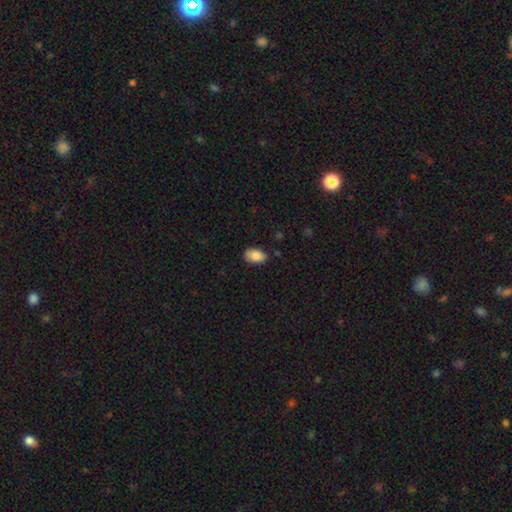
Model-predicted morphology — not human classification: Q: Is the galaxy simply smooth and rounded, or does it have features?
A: smooth — 86%.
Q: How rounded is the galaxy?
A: in between — 91%.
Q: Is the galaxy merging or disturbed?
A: none — 83%.